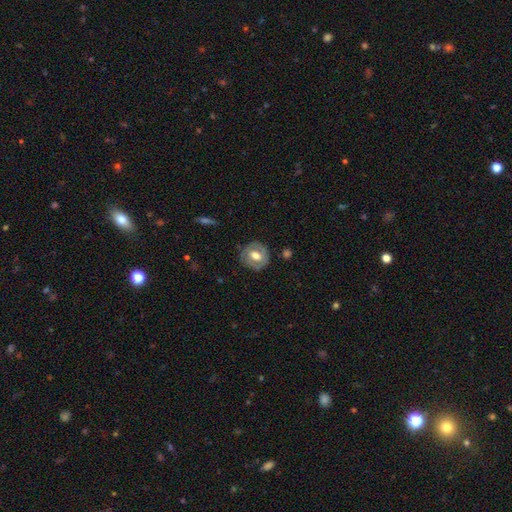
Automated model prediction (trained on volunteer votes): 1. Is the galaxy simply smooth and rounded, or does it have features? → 51% featured or disk, 42% smooth, 6% star or artifact.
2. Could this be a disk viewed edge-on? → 95% no, 5% yes.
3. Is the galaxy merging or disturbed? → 81% none, 14% minor disturbance, 4% major disturbance, 1% merger.